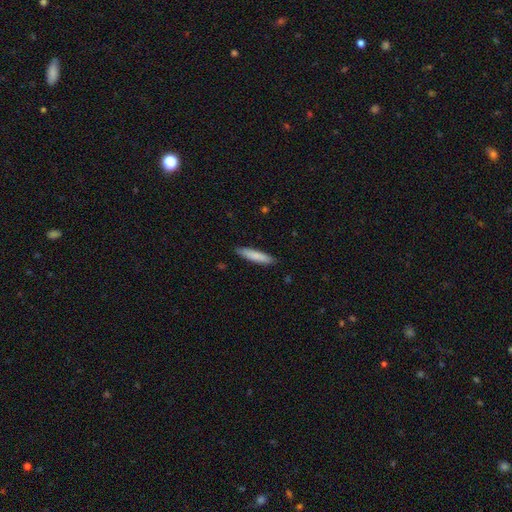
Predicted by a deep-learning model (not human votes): Smooth or featured? smooth (83%)
How rounded? cigar-shaped (85%)
Merging? none (88%)